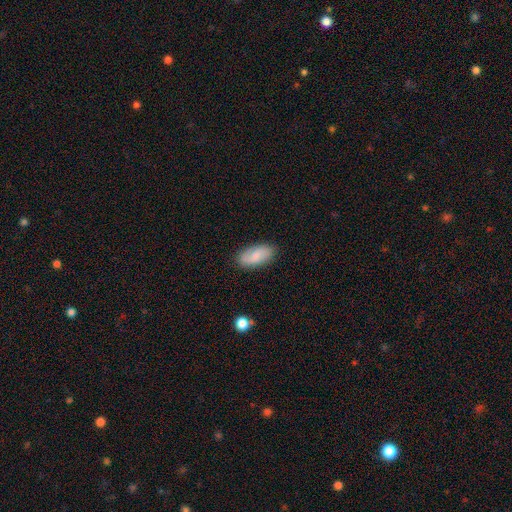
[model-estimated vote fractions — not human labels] A smooth galaxy with no disk features (68%) that is in between round and cigar-shaped (91%). Merging: none (84%).